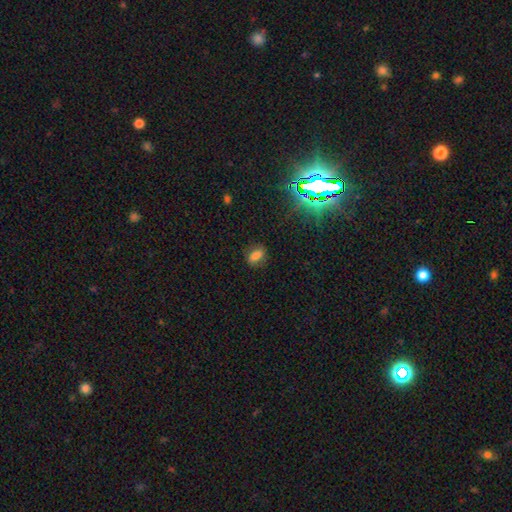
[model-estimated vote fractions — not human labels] A smooth galaxy with no disk features (72%) that is in between round and cigar-shaped (78%).

Vote fractions:
- Smooth or featured? smooth: 72% / star or artifact: 15% / featured or disk: 14%
- How rounded? in between: 78% / round: 15% / cigar-shaped: 6%
- Merging? none: 78% / minor disturbance: 15% / major disturbance: 5% / merger: 1%